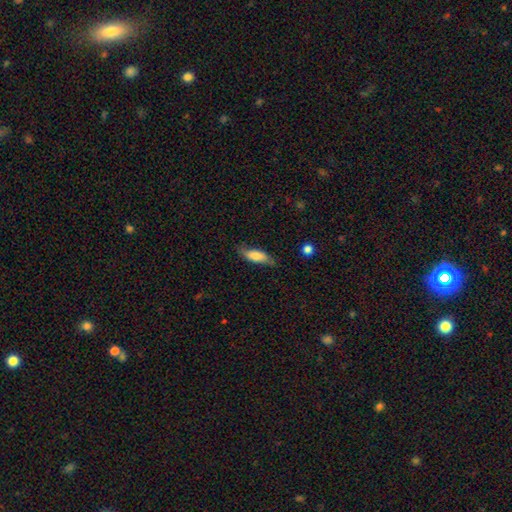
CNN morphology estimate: type=smooth (70%); roundness=in between (61%); merging=none (68%).